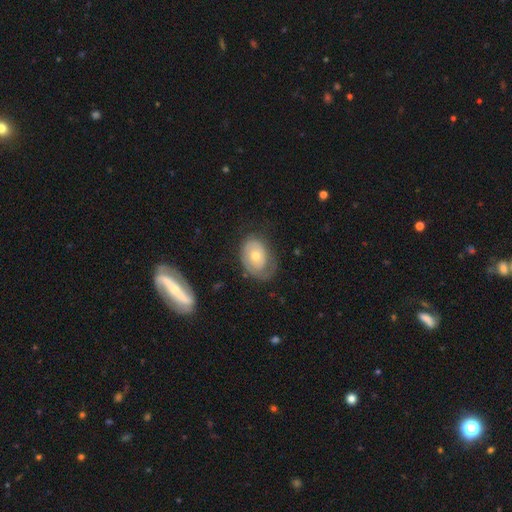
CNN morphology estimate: Smooth or featured? featured or disk (48%)
Merging? none (53%)